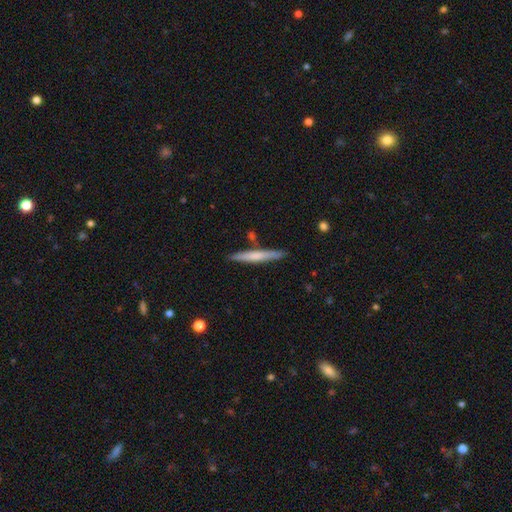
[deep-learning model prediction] A smooth galaxy with no disk features (58%) that is cigar-shaped (96%). Merging: none (85%).